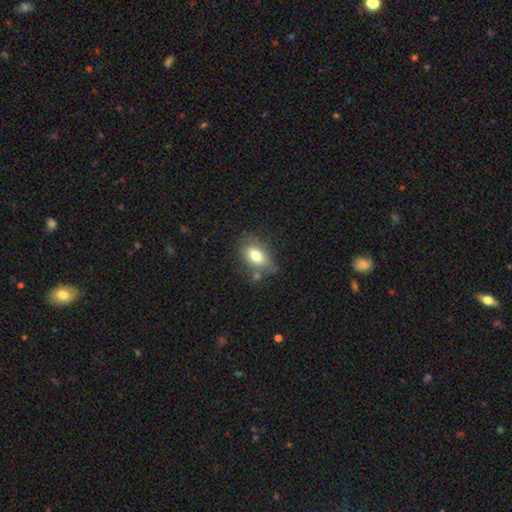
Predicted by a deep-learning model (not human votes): Smooth or featured? Predicted: smooth (p=0.76). How rounded? Predicted: in between (p=0.82). Merging? Predicted: none (p=0.64).